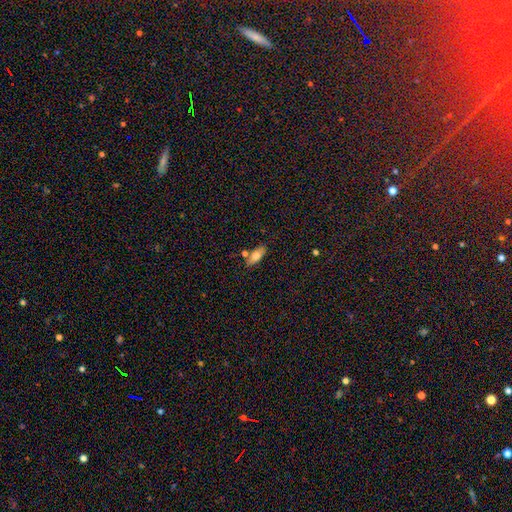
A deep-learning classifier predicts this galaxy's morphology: The model was most divided on "merging": none: 70%, minor disturbance: 16%, merger: 10%, major disturbance: 4%. More confident: how rounded — in between (83%); smooth or featured — smooth (73%).